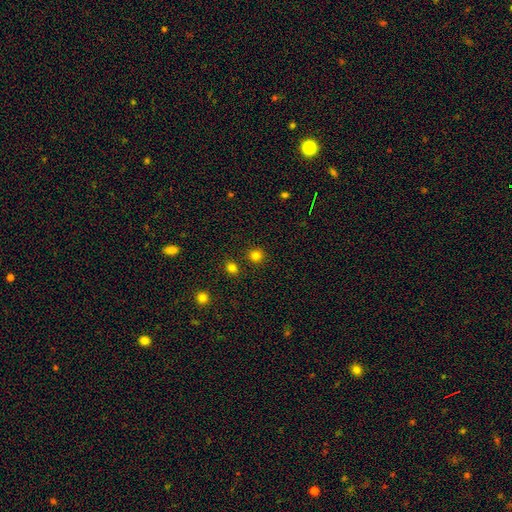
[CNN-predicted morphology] Smooth or featured: smooth — 81% (star or artifact — 15%)
How rounded: round — 92% (in between — 7%)
Merging: none — 88% (minor disturbance — 5%)